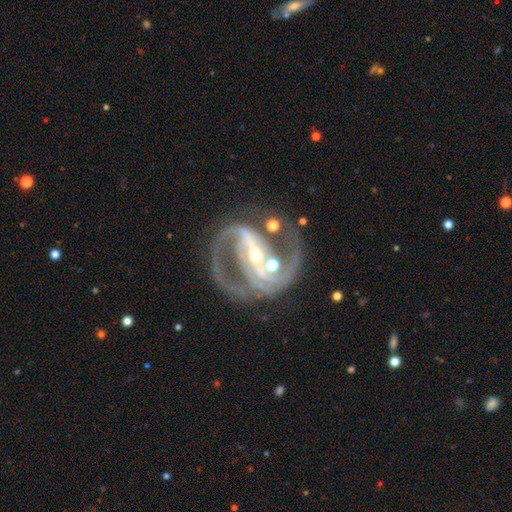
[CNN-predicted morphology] smooth-or-featured: featured or disk: 92% | star or artifact: 6% | smooth: 3%
  disk-edge-on: no: 98% | yes: 2%
    bar: strong: 66% | weak: 23% | no: 11%
    has-spiral-arms: yes: 98% | no: 2%
      spiral-winding: medium: 59% | tight: 24% | loose: 17%
      spiral-arm-count: 2: 86% | 3: 6% | can't tell: 3% | 1: 2% | 4: 2% | more than 4: 2%
    bulge-size: small: 58% | moderate: 37% | large: 2% | none: 1% | dominant: 1%
  merging: none: 49% | merger: 19% | minor disturbance: 16% | major disturbance: 16%